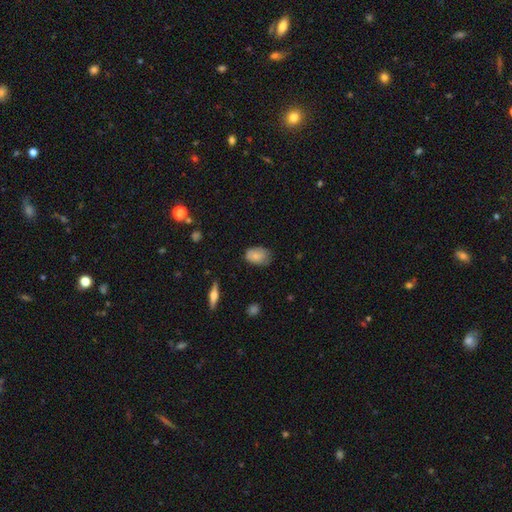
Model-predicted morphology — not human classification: A smooth galaxy with no disk features (72%) that is in between round and cigar-shaped (84%).

Vote fractions:
- Smooth or featured? smooth: 72% / featured or disk: 20% / star or artifact: 8%
- How rounded? in between: 84% / round: 15% / cigar-shaped: 2%
- Merging? none: 58% / minor disturbance: 33% / major disturbance: 7% / merger: 2%